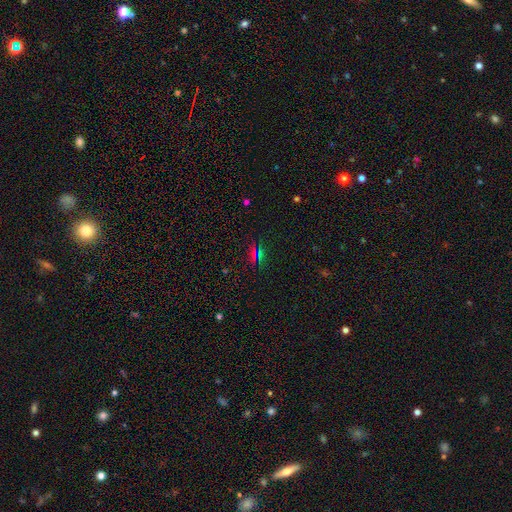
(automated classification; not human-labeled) Smooth or featured: star or artifact — 52% (smooth — 38%)